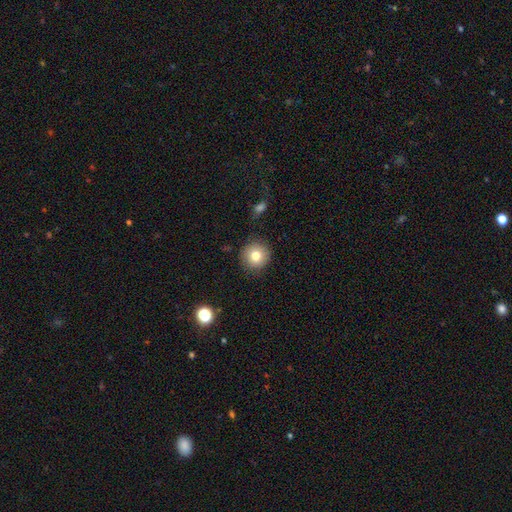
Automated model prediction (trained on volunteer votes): This is likely a smooth galaxy (79%). How rounded: clearly round (94%). Merging: clearly none (86%).